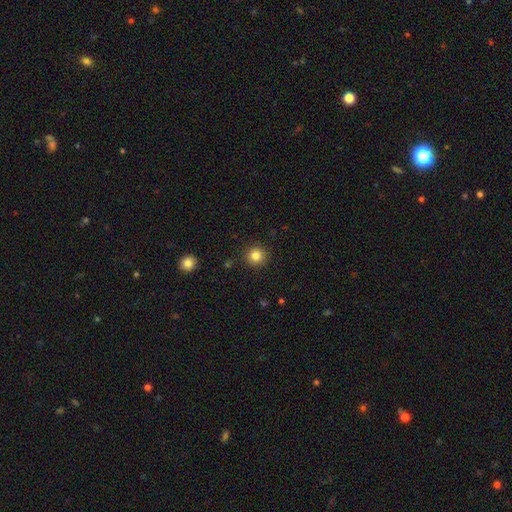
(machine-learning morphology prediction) A smooth galaxy with no disk features (83%) that is round (94%).

Vote fractions:
- Smooth or featured? smooth: 83% / star or artifact: 12% / featured or disk: 5%
- How rounded? round: 94% / in between: 5% / cigar-shaped: 1%
- Merging? none: 91% / minor disturbance: 6% / major disturbance: 2% / merger: 1%